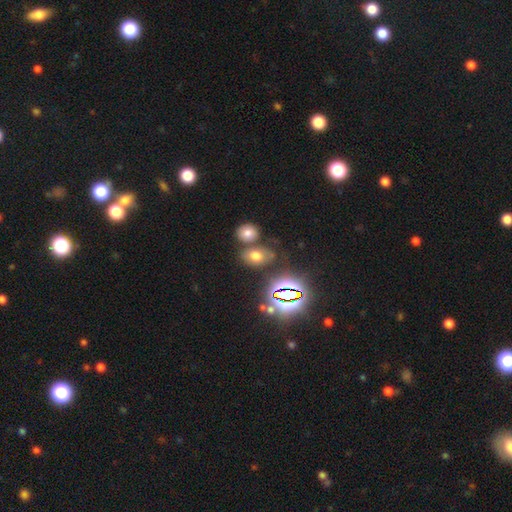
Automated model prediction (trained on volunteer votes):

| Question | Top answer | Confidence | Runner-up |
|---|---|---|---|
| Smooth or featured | smooth | 59% | star or artifact (28%) |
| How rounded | in between | 76% | round (22%) |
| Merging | none | 60% | merger (22%) |